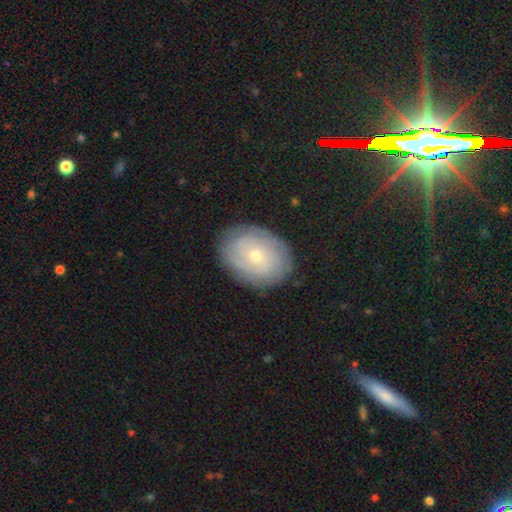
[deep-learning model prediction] Smooth or featured? Predicted: featured or disk (p=0.71). Edge-on disk? Predicted: no (p=0.97). Bar? Predicted: no (p=0.78). Spiral arms? Predicted: yes (p=0.89). Spiral winding? Predicted: tight (p=0.77). Spiral arm count? Predicted: can't tell (p=0.47). Bulge size? Predicted: small (p=0.68). Merging? Predicted: none (p=0.84).